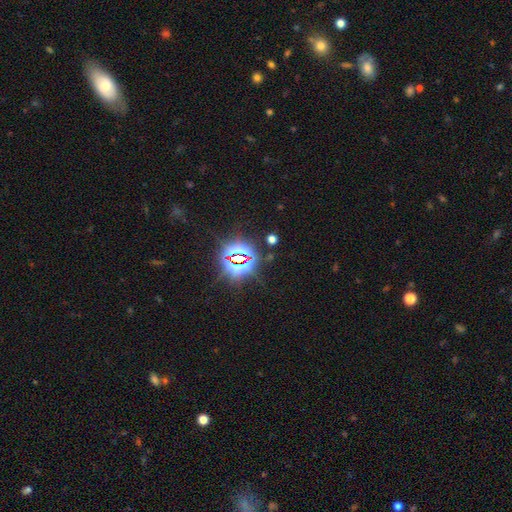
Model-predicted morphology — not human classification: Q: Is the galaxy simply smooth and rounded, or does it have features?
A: star or artifact — 79%.